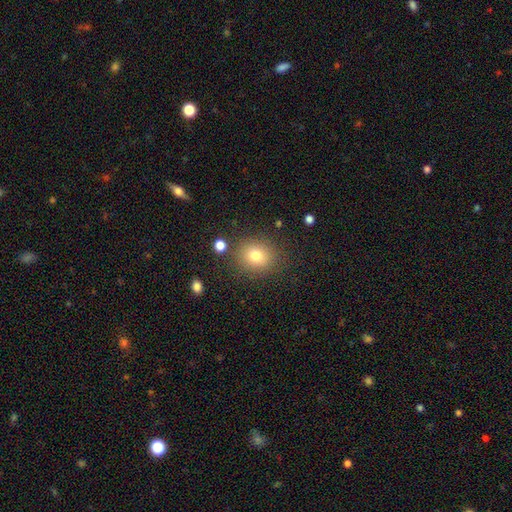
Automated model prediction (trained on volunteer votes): Smooth or featured: smooth — 77% (star or artifact — 13%)
How rounded: round — 77% (in between — 22%)
Merging: none — 83% (minor disturbance — 10%)